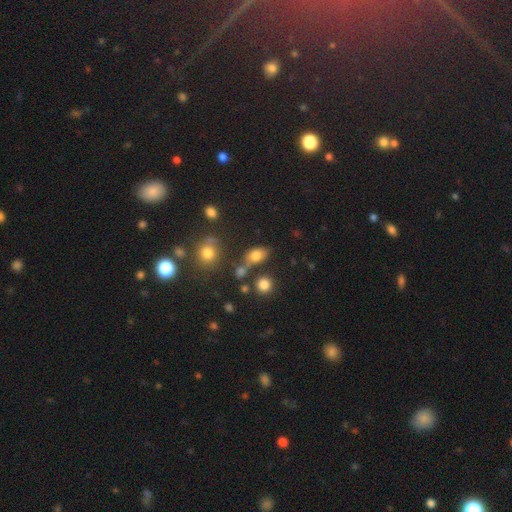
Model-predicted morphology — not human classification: Smooth or featured? smooth (77%)
How rounded? in between (75%)
Merging? none (57%)